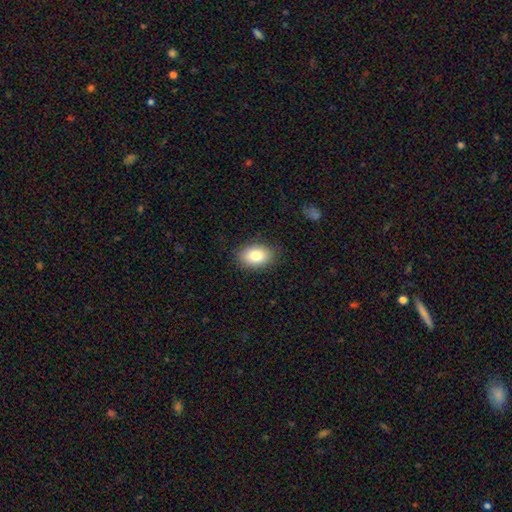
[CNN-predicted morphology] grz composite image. It shows a smooth galaxy with no disk features (82%) that is in between round and cigar-shaped (82%). Merging: none (86%).